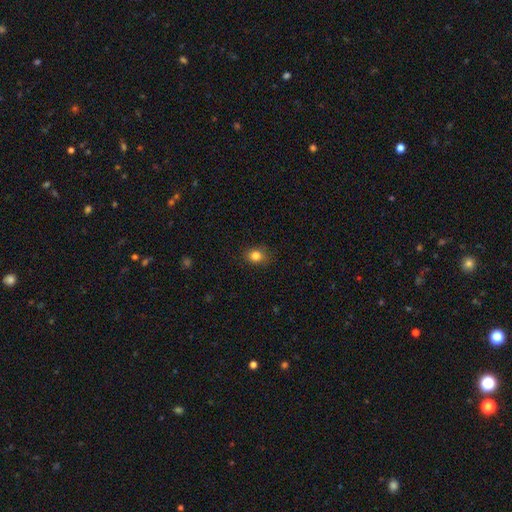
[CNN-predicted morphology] The model was most divided on "how rounded": round: 59%, in between: 40%, cigar-shaped: 1%. More confident: merging — none (83%); smooth or featured — smooth (83%).